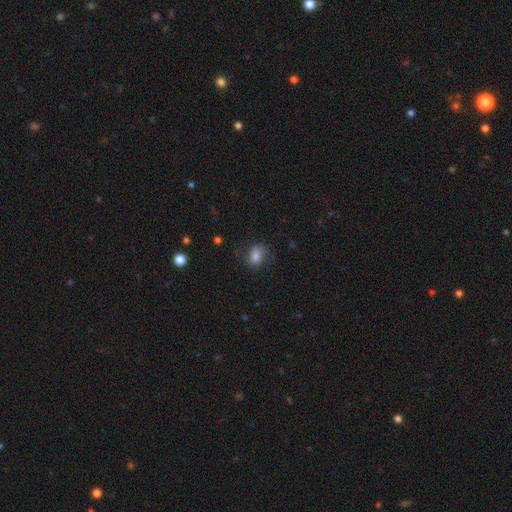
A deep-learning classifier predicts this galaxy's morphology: The model was most divided on "how rounded": in between: 63%, round: 36%, cigar-shaped: 1%. More confident: smooth or featured — smooth (71%); merging — none (61%).